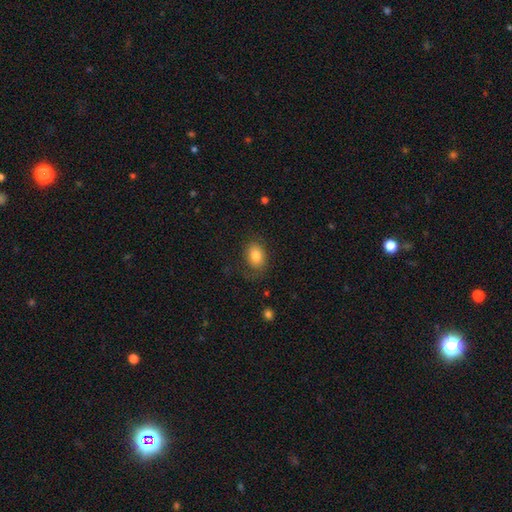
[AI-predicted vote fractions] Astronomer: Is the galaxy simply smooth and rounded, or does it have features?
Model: smooth — 81%.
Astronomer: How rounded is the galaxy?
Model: in between — 74%.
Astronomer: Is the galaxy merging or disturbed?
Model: none — 71%.